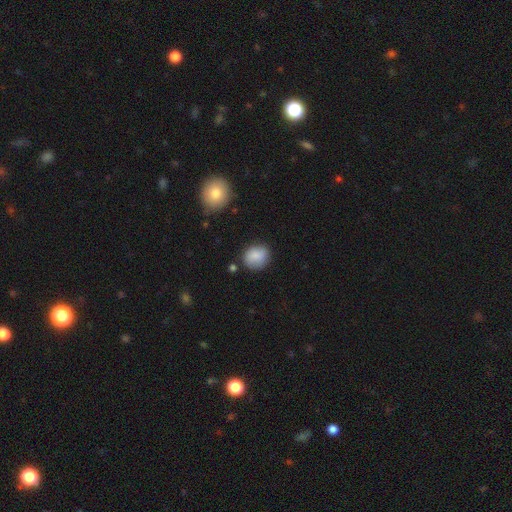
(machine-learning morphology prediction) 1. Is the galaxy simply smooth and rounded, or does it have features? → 84% smooth, 8% featured or disk, 8% star or artifact.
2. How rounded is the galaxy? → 67% round, 32% in between, 1% cigar-shaped.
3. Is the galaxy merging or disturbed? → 76% none, 17% minor disturbance, 4% major disturbance, 3% merger.